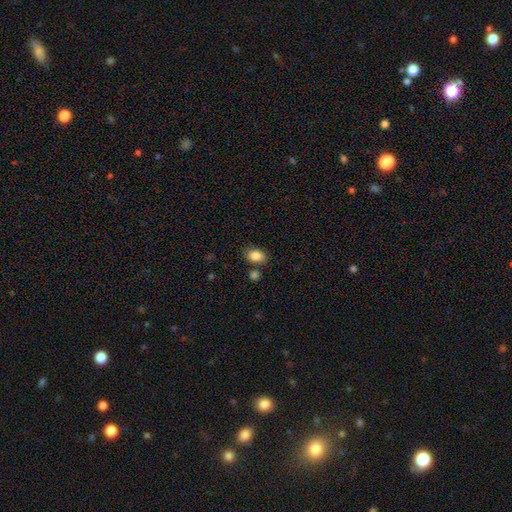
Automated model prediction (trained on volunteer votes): smooth 85%, star or artifact 9%, featured or disk 6%. Down the decision tree: how rounded — in between (73%); merging — none (78%).